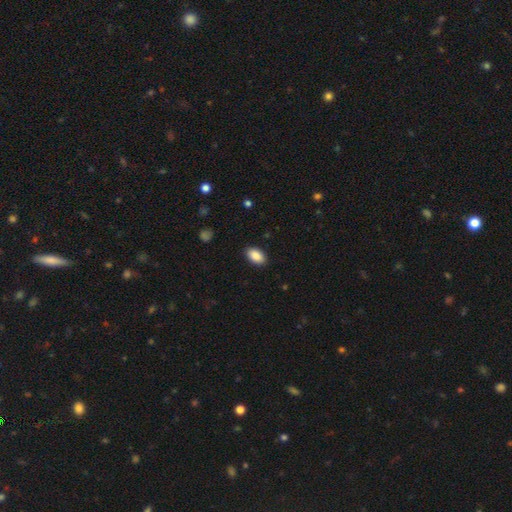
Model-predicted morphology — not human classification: A smooth galaxy with no disk features (89%) that is in between round and cigar-shaped (93%). Merging: none (88%).